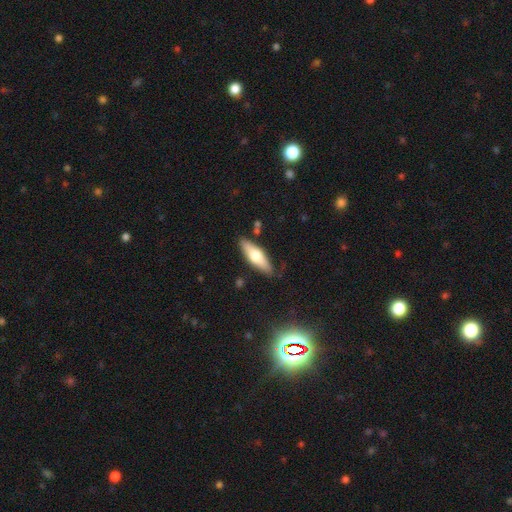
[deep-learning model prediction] Overall: smooth (59%; featured or disk 35%). How rounded: in between (49%, tied with cigar-shaped). Merging: none (82%).